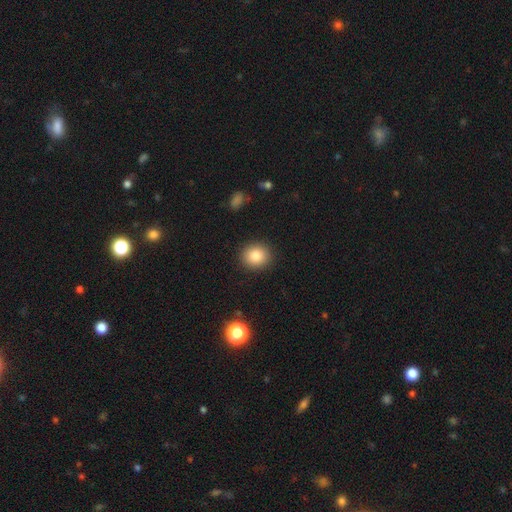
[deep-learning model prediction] The model was most divided on "how rounded": round: 82%, in between: 17%, cigar-shaped: 1%. More confident: merging — none (90%); smooth or featured — smooth (83%).